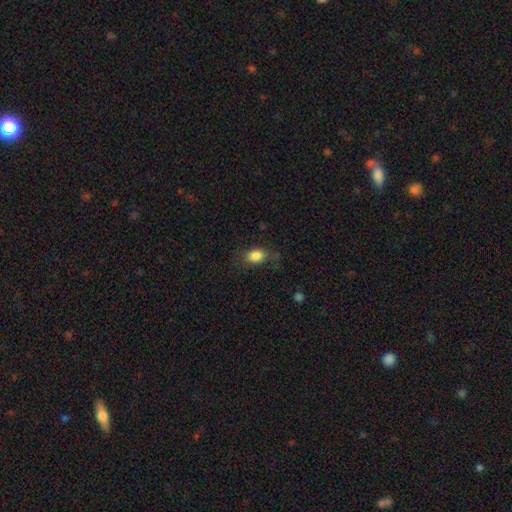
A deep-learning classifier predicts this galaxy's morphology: smooth_or_featured: smooth (p=0.84) [alt: star or artifact p=0.10]
how_rounded: in between (p=0.69) [alt: round p=0.29]
merging: none (p=0.71) [alt: minor disturbance p=0.19]